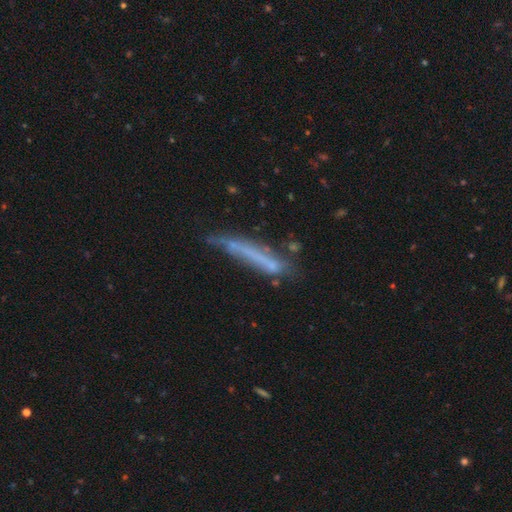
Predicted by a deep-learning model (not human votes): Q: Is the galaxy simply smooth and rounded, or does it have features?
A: smooth — 46%.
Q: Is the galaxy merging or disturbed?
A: none — 53%.